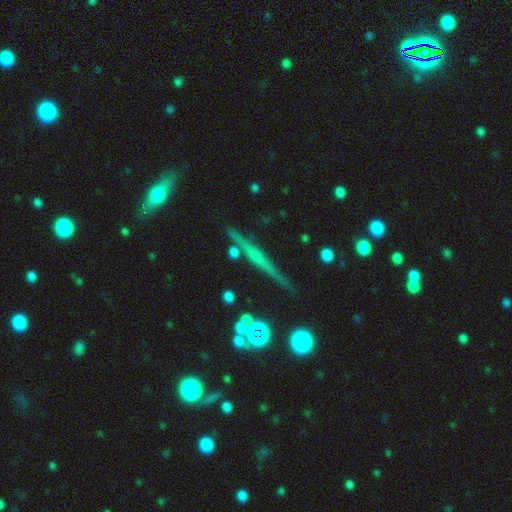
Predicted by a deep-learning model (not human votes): A featured or disk galaxy (64%) viewed edge-on (96%) with no central bulge (51%). Merging: none (82%).